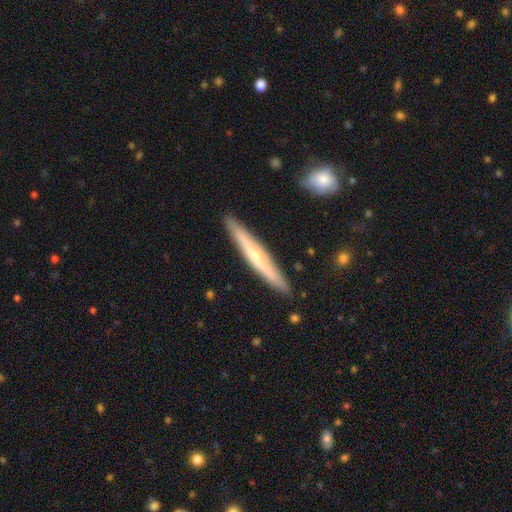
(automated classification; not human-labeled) smooth_or_featured: featured or disk (p=0.57) [alt: smooth p=0.38]
disk_edge_on: yes (p=0.95) [alt: no p=0.05]
edge_on_bulge: rounded (p=0.64) [alt: none p=0.31]
merging: none (p=0.90) [alt: minor disturbance p=0.08]